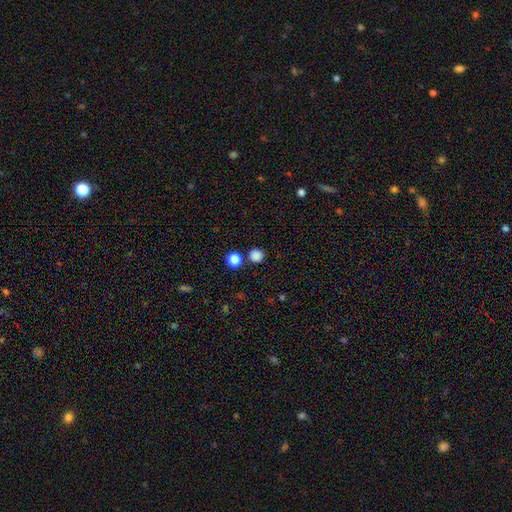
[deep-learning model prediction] smooth_or_featured: smooth (p=0.84) [alt: star or artifact p=0.13]
how_rounded: round (p=0.91) [alt: in between p=0.08]
merging: none (p=0.85) [alt: minor disturbance p=0.07]